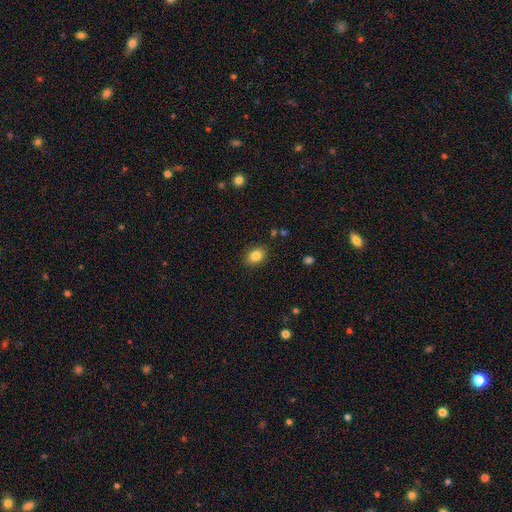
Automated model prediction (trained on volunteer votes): smooth_or_featured: smooth (p=0.84) [alt: star or artifact p=0.09]
how_rounded: in between (p=0.70) [alt: round p=0.29]
merging: none (p=0.86) [alt: minor disturbance p=0.10]